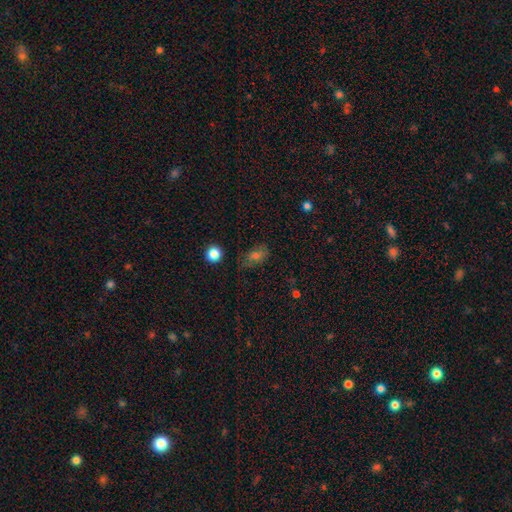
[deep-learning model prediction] smooth_or_featured: smooth (p=0.56) [alt: star or artifact p=0.22]
how_rounded: in between (p=0.75) [alt: round p=0.21]
merging: none (p=0.69) [alt: minor disturbance p=0.21]